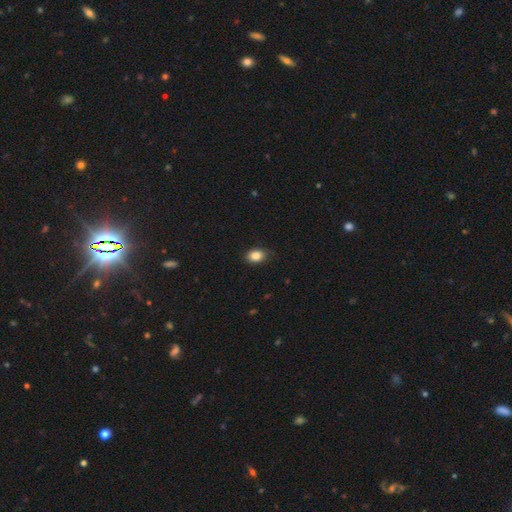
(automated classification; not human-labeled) Q: Smooth or featured?
A: smooth (86%); runner-up: star or artifact (9%)
Q: How rounded?
A: in between (74%); runner-up: round (24%)
Q: Merging?
A: none (83%); runner-up: minor disturbance (13%)